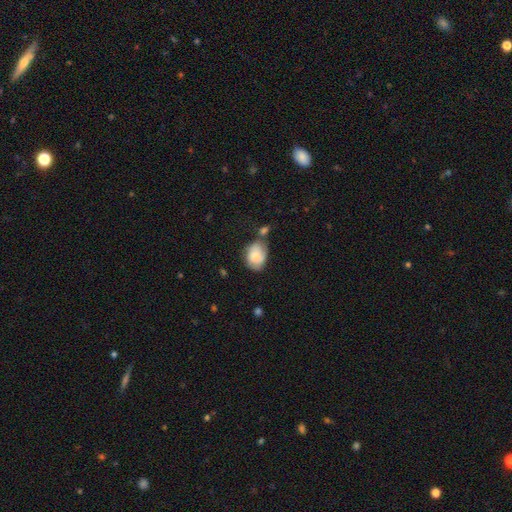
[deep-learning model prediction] This appears to be a smooth galaxy with no disk features (66%) that is in between round and cigar-shaped (69%). Merging: none (48%).